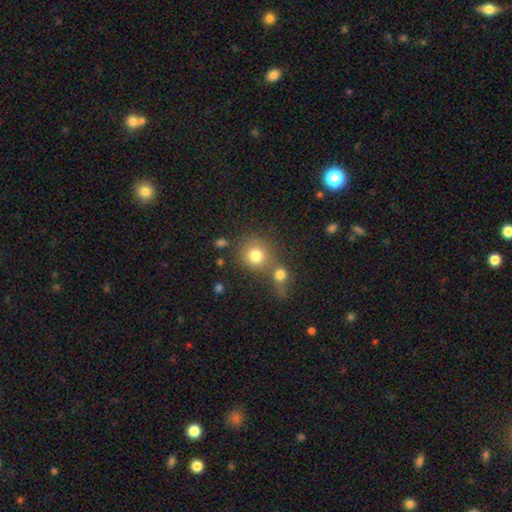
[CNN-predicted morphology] Smooth or featured?
  - smooth: 79% *
  - star or artifact: 12%
  - featured or disk: 9%
How rounded?
  - round: 87% *
  - in between: 12%
  - cigar-shaped: 1%
Merging?
  - none: 50% *
  - merger: 37%
  - minor disturbance: 9%
  - major disturbance: 5%